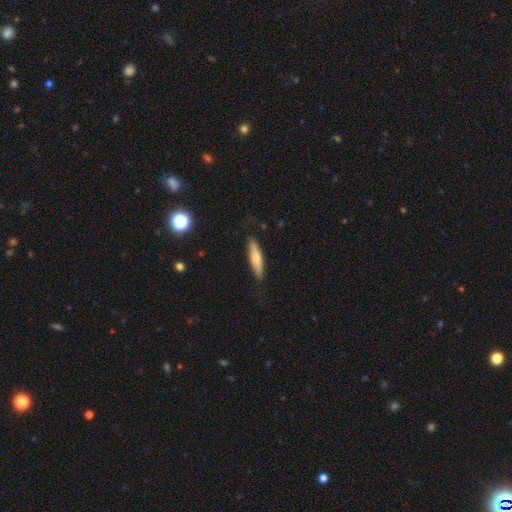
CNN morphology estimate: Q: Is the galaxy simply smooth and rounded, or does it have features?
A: smooth — 53%.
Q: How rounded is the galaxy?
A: cigar-shaped — 81%.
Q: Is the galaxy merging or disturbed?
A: none — 84%.